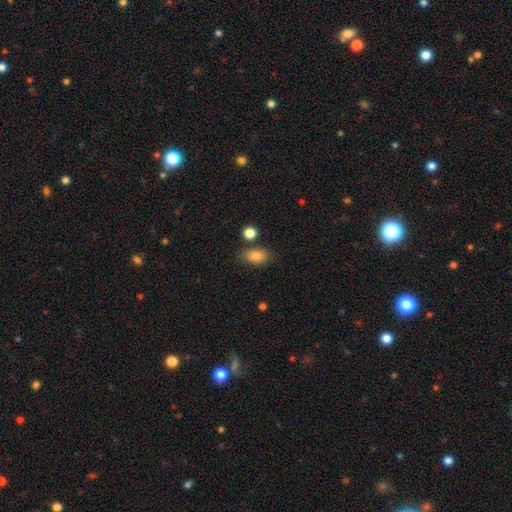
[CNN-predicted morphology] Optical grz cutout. It shows a smooth galaxy with no disk features (82%) that is in between round and cigar-shaped (85%). Merging: none (70%).